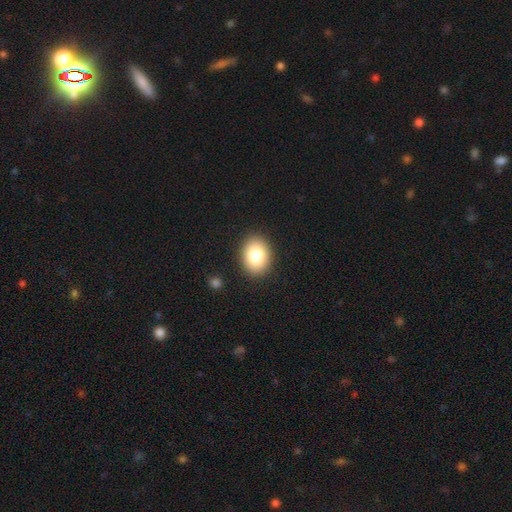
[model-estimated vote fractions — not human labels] Smooth or featured? smooth (81%)
How rounded? in between (62%)
Merging? none (90%)